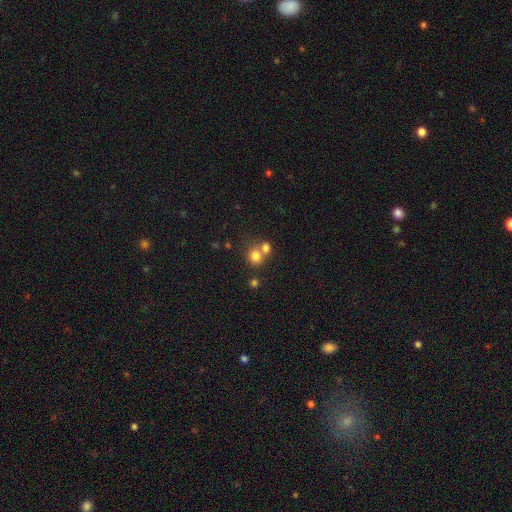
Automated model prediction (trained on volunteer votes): Smooth or featured? smooth (78%)
How rounded? round (81%)
Merging? none (45%, tied with merger)